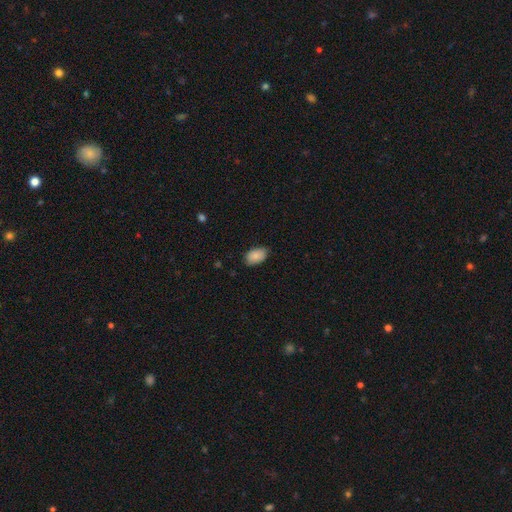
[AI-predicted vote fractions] A smooth galaxy with no disk features (86%) that is in between round and cigar-shaped (91%).

Vote fractions:
- Smooth or featured? smooth: 86% / featured or disk: 7% / star or artifact: 7%
- How rounded? in between: 91% / round: 8% / cigar-shaped: 1%
- Merging? none: 80% / minor disturbance: 16% / major disturbance: 3% / merger: 1%